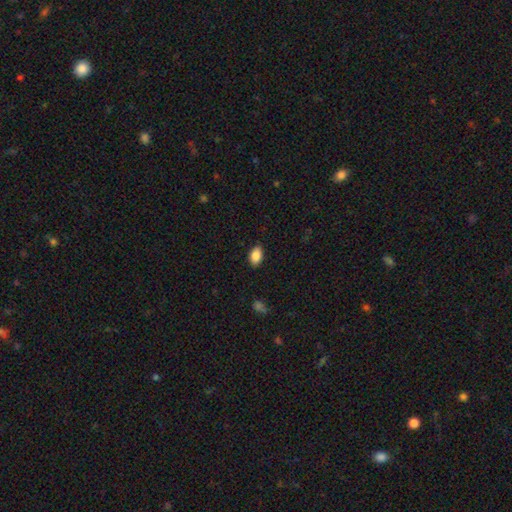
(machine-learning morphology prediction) Smooth or featured?
  - smooth: 87% *
  - star or artifact: 8%
  - featured or disk: 5%
How rounded?
  - in between: 90% *
  - round: 9%
  - cigar-shaped: 2%
Merging?
  - none: 87% *
  - minor disturbance: 10%
  - major disturbance: 2%
  - merger: 1%